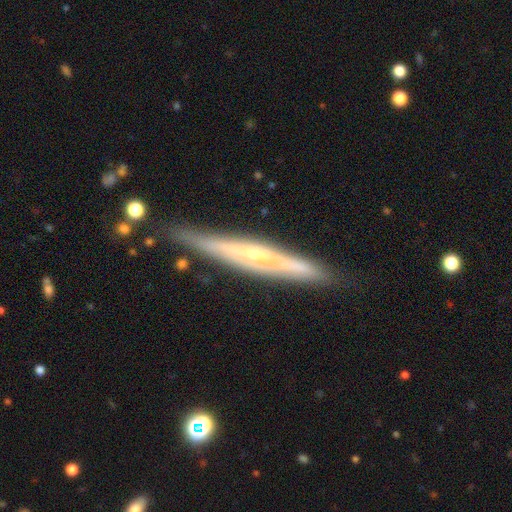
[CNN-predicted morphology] featured or disk 75%, smooth 20%, star or artifact 6%. Down the decision tree: edge-on disk — yes (95%); edge-on bulge — rounded (50%); merging — none (86%).